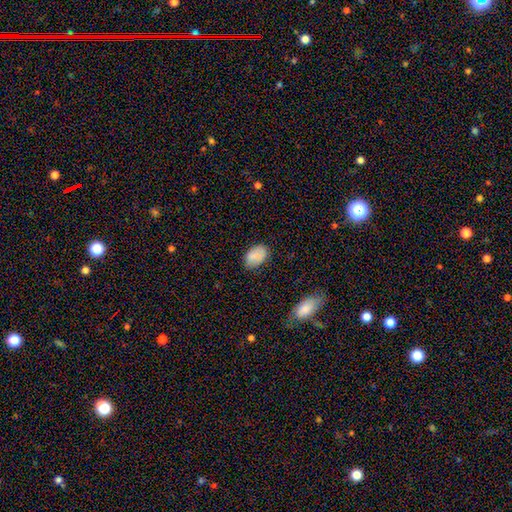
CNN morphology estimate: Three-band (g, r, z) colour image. It shows a smooth galaxy with no disk features (83%) that is in between round and cigar-shaped (87%). Merging: none (76%).